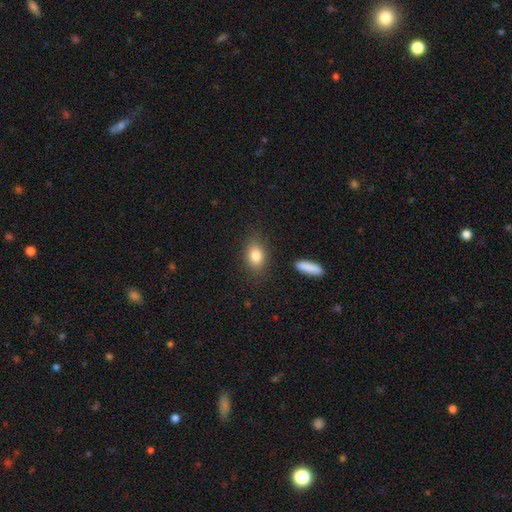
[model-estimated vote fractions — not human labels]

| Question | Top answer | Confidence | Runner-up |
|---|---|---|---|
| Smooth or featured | smooth | 82% | featured or disk (9%) |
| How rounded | in between | 77% | round (20%) |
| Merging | none | 81% | minor disturbance (12%) |